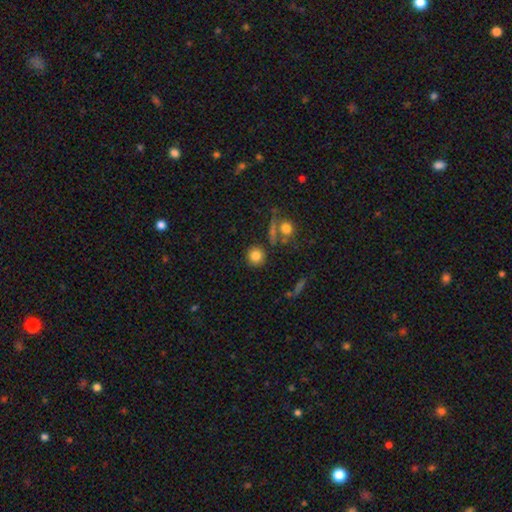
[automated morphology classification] Smooth or featured: smooth — 81% (star or artifact — 11%)
How rounded: round — 90% (in between — 9%)
Merging: none — 83% (minor disturbance — 8%)